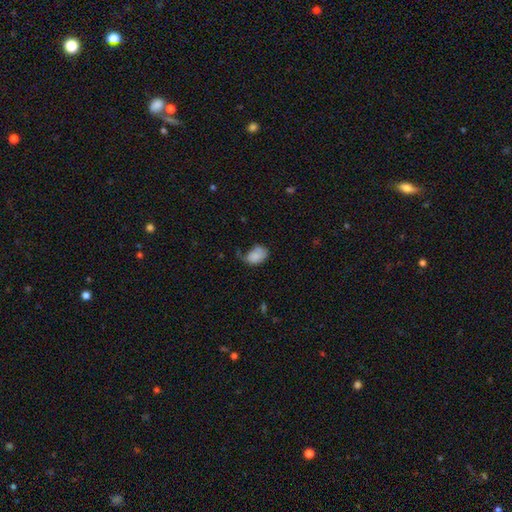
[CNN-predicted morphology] Overall: smooth (79%). How rounded: in between (81%). Merging: none (35%, tied with minor disturbance).